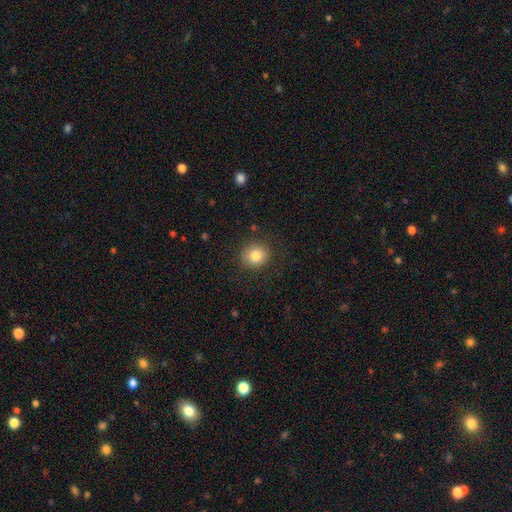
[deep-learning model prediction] A smooth galaxy with no disk features (82%) that is round (84%).

Vote fractions:
- Smooth or featured? smooth: 82% / star or artifact: 10% / featured or disk: 8%
- How rounded? round: 84% / in between: 15% / cigar-shaped: 1%
- Merging? none: 86% / minor disturbance: 10% / major disturbance: 3% / merger: 1%